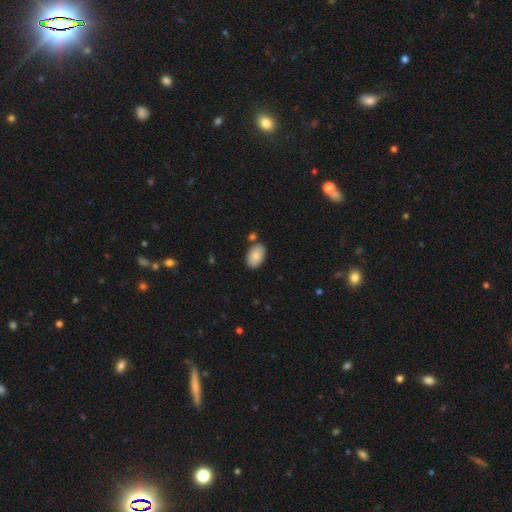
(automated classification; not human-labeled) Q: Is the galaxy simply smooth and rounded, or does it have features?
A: smooth — 85%.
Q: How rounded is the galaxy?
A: in between — 92%.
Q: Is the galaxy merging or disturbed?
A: none — 78%.